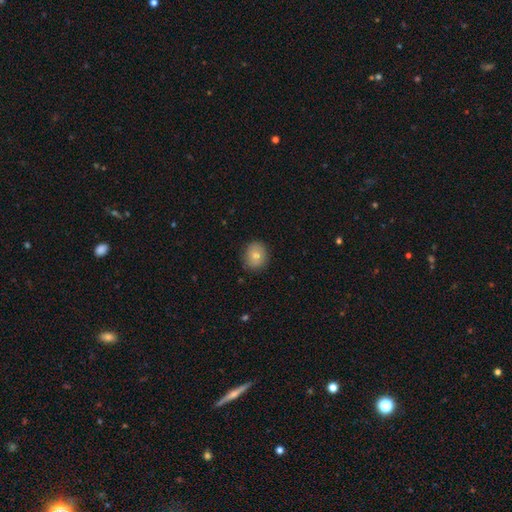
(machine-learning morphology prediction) A smooth galaxy with no disk features (79%) that is round (70%). Merging: none (86%).